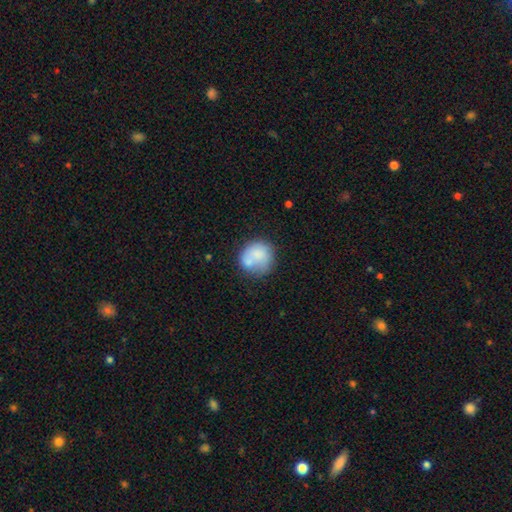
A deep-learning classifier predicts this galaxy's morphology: A smooth galaxy with no disk features (73%) that is round (84%).

Vote fractions:
- Smooth or featured? smooth: 73% / featured or disk: 20% / star or artifact: 8%
- How rounded? round: 84% / in between: 15% / cigar-shaped: 1%
- Merging? none: 48% / merger: 22% / minor disturbance: 20% / major disturbance: 10%